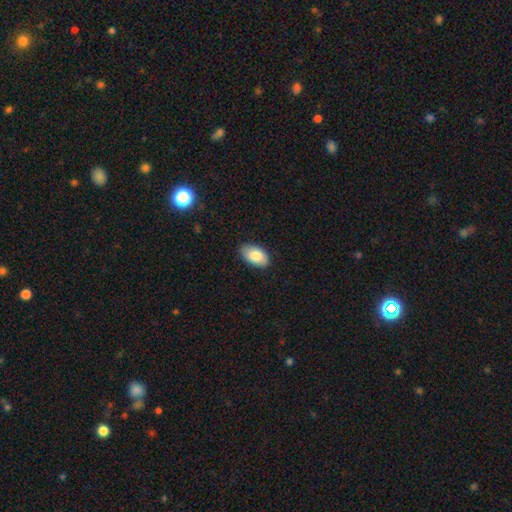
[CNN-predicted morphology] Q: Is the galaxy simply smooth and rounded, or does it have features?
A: smooth — 85%.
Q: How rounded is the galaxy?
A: in between — 95%.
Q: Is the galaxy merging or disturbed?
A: none — 85%.